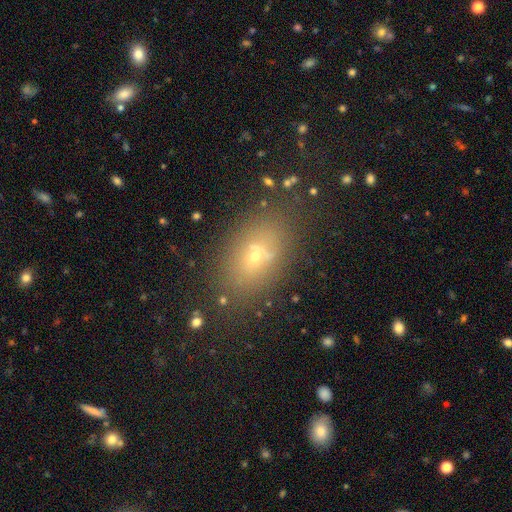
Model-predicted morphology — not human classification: This appears to be a smooth galaxy with no disk features (56%) that is in between round and cigar-shaped (77%). Merging: none (70%).